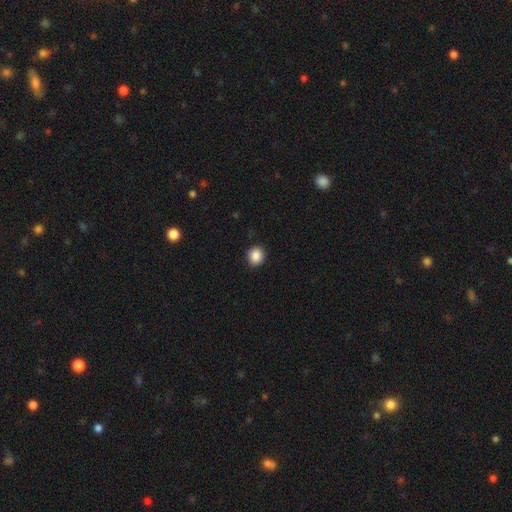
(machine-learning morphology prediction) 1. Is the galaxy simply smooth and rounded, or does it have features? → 88% smooth, 9% star or artifact, 3% featured or disk.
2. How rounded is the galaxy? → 80% round, 19% in between, 1% cigar-shaped.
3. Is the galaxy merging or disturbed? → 91% none, 7% minor disturbance, 2% major disturbance, 1% merger.